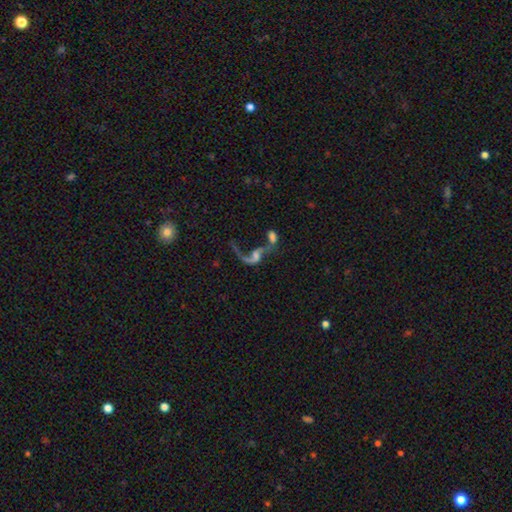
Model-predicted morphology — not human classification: Smooth or featured? Predicted: featured or disk (p=0.69). Edge-on disk? Predicted: no (p=0.93). Bar? Predicted: no (p=0.56). Spiral arms? Predicted: yes (p=0.76). Bulge size? Predicted: none (p=0.32). Merging? Predicted: merger (p=0.56).